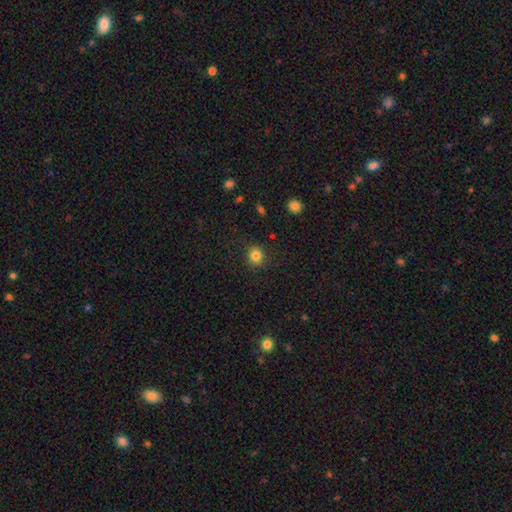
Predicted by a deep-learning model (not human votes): This appears to be a smooth galaxy with no disk features (83%) that is round (85%). Merging: none (88%).